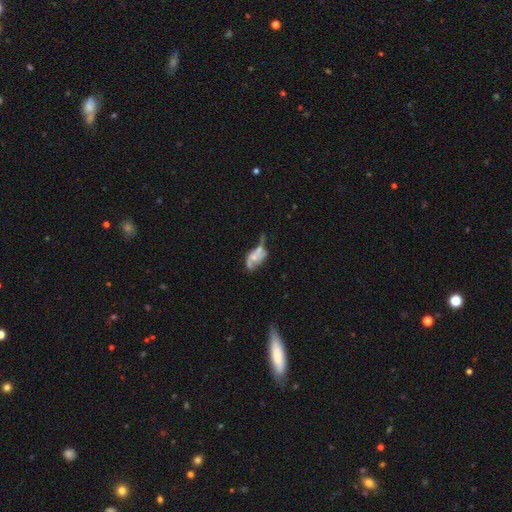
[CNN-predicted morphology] smooth-or-featured: featured or disk: 54% | smooth: 34% | star or artifact: 12%
  disk-edge-on: no: 92% | yes: 8%
  merging: merger: 33% | major disturbance: 29% | none: 21% | minor disturbance: 18%